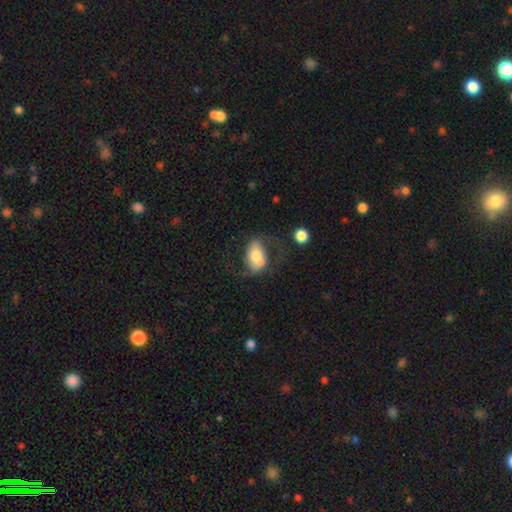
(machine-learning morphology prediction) Smooth or featured?
  - featured or disk: 49% *
  - smooth: 44%
  - star or artifact: 7%
Merging?
  - none: 52% *
  - major disturbance: 21%
  - minor disturbance: 21%
  - merger: 6%